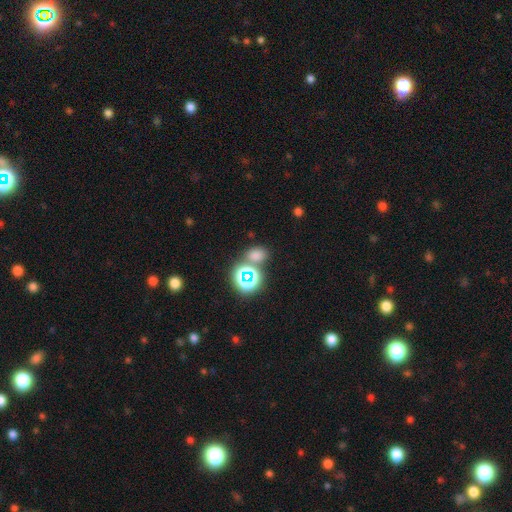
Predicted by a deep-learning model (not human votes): smooth-or-featured: smooth: 62% | star or artifact: 31% | featured or disk: 7%
  how-rounded: in between: 51% | round: 47% | cigar-shaped: 1%
  merging: none: 65% | merger: 19% | minor disturbance: 11% | major disturbance: 4%